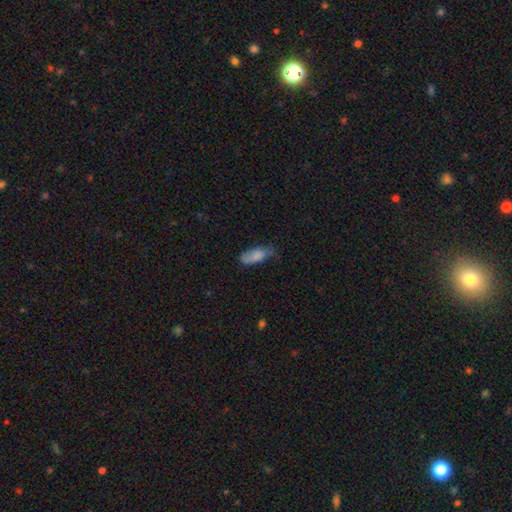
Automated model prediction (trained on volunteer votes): Overall: smooth (79%). How rounded: in between (82%). Merging: none (52%; minor disturbance 36%).